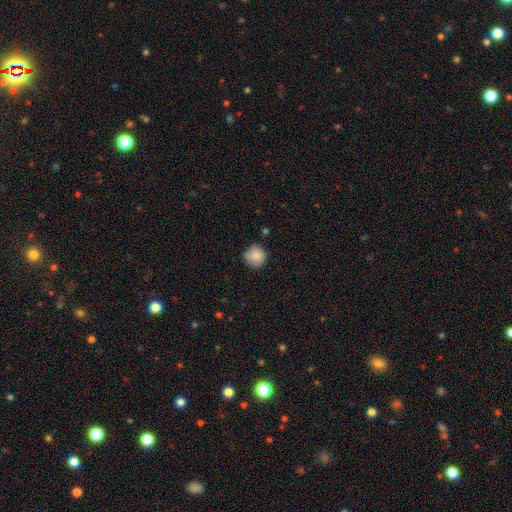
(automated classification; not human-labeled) smooth 83%, featured or disk 10%, star or artifact 8%. Down the decision tree: how rounded — round (94%); merging — none (80%).